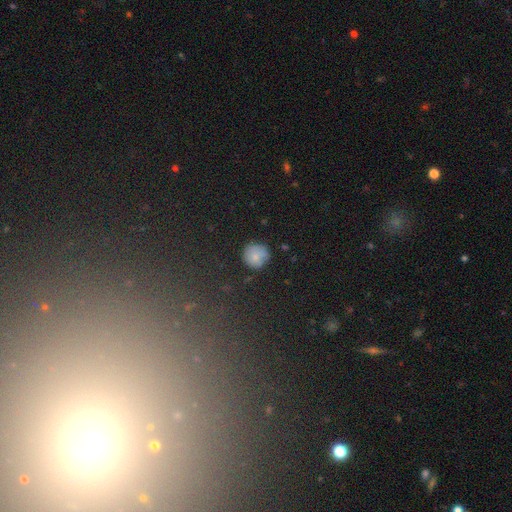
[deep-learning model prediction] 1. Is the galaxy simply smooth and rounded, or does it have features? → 71% smooth, 17% featured or disk, 12% star or artifact.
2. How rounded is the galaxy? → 90% round, 9% in between, 1% cigar-shaped.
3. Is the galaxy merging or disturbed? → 72% none, 20% minor disturbance, 5% major disturbance, 3% merger.